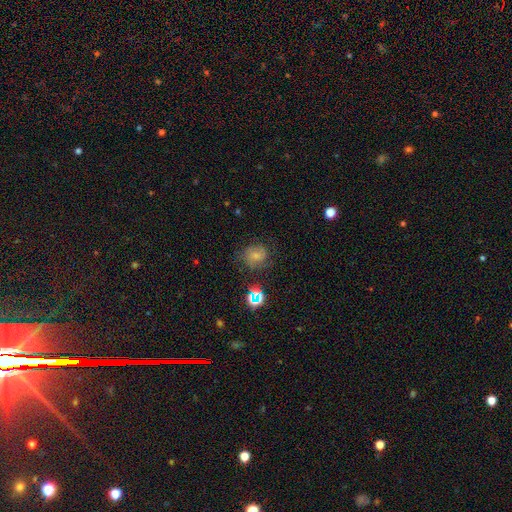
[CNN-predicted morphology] A smooth galaxy with no disk features (51%) that is round (71%). Merging: none (60%).